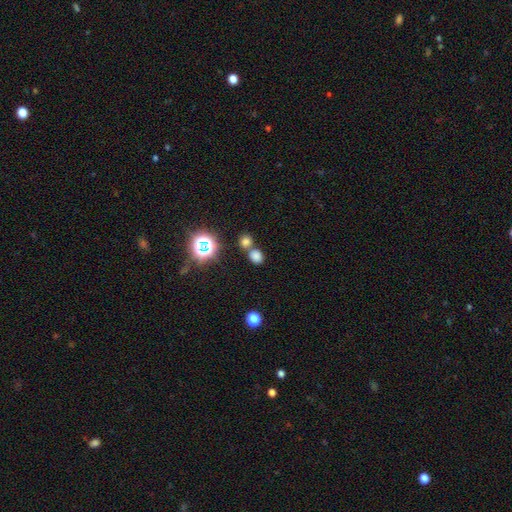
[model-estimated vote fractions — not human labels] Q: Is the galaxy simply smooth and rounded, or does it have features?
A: smooth — 73%.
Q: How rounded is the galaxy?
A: round — 61%.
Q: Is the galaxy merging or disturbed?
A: none — 52%.